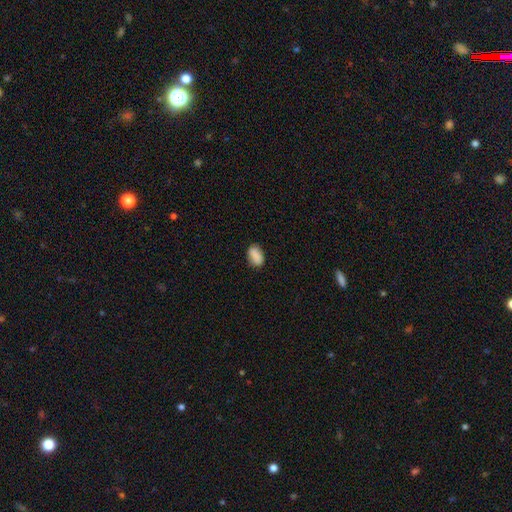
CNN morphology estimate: Q: Smooth or featured?
A: smooth (88%); runner-up: star or artifact (8%)
Q: How rounded?
A: in between (89%); runner-up: round (9%)
Q: Merging?
A: none (82%); runner-up: minor disturbance (14%)